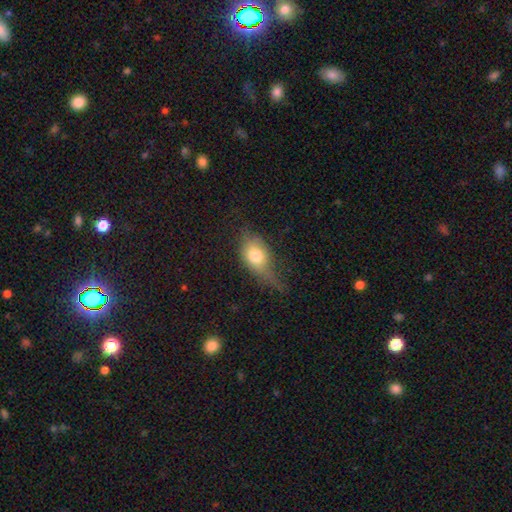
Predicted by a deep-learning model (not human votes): A smooth galaxy with no disk features (69%) that is in between round and cigar-shaped (73%). Merging: minor disturbance (35%).